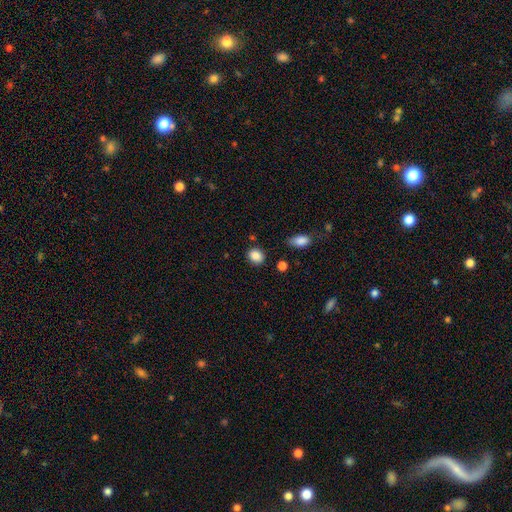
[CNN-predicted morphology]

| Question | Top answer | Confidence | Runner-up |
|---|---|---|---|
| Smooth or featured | smooth | 88% | star or artifact (9%) |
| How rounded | round | 60% | in between (38%) |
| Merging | none | 82% | minor disturbance (12%) |